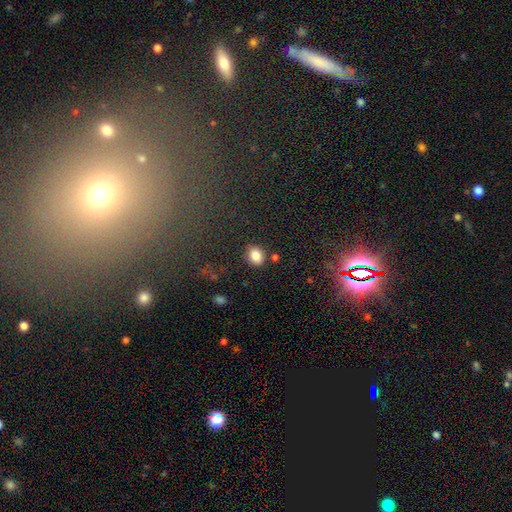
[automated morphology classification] Smooth or featured: smooth — 85% (star or artifact — 9%)
How rounded: in between — 57% (round — 42%)
Merging: none — 82% (minor disturbance — 11%)